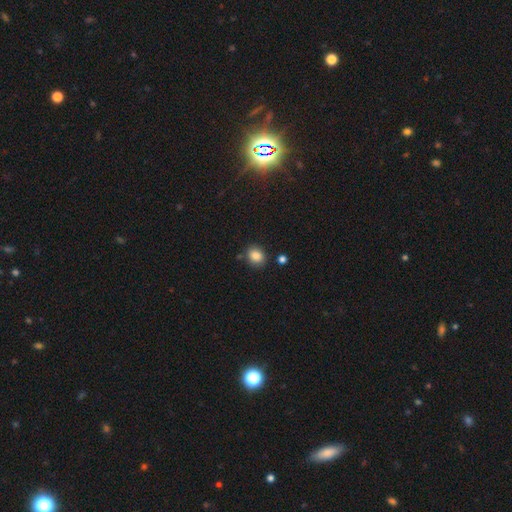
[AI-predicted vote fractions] Smooth or featured? smooth (86%)
How rounded? round (57%)
Merging? none (80%)